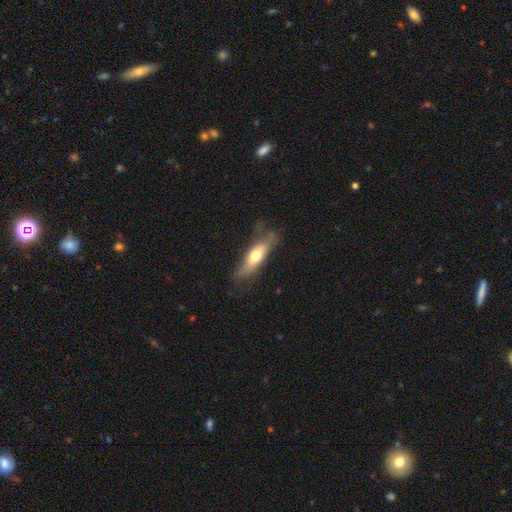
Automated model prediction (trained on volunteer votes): Overall: smooth (54%; featured or disk 40%). How rounded: cigar-shaped (58%; in between 40%). Merging: none (62%; minor disturbance 27%).